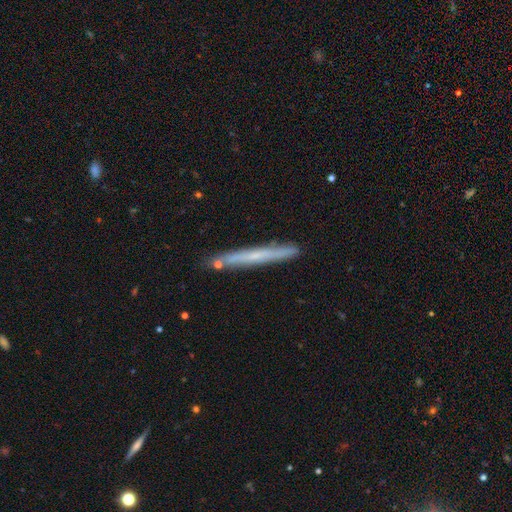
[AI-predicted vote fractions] featured or disk 51%, smooth 43%, star or artifact 7%. Down the decision tree: edge-on disk — yes (94%); merging — none (86%).